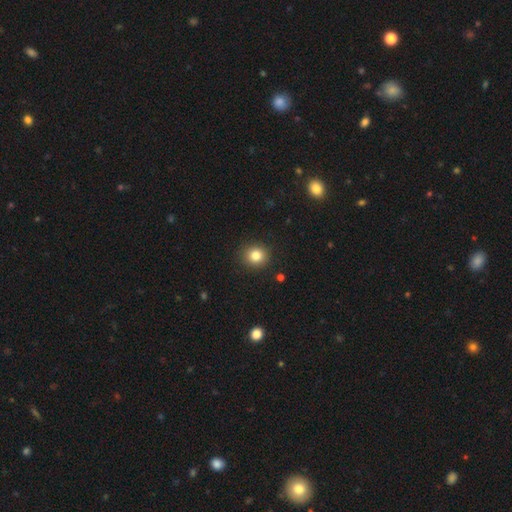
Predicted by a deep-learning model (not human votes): smooth_or_featured: smooth (p=0.83) [alt: star or artifact p=0.11]
how_rounded: round (p=0.87) [alt: in between p=0.12]
merging: none (p=0.91) [alt: minor disturbance p=0.06]